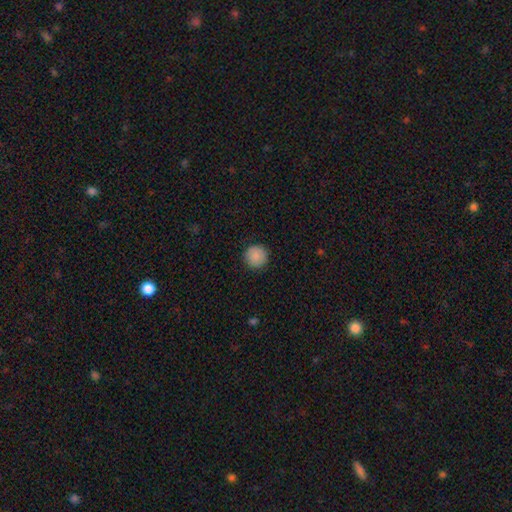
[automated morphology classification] A smooth galaxy with no disk features (89%) that is round (96%). Merging: none (92%).